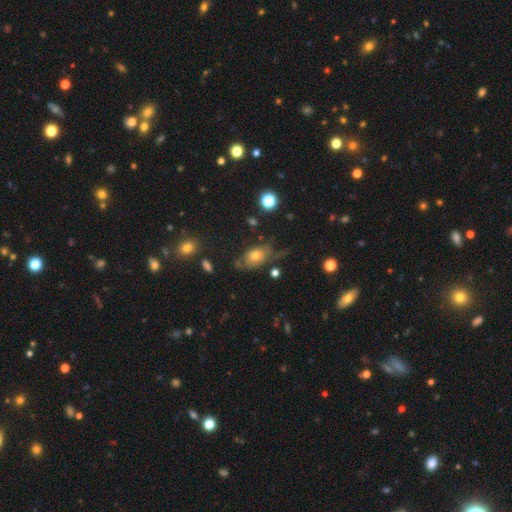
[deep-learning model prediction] This is possibly a smooth galaxy (52%). How rounded: clearly in between (84%). Merging: possibly none (46%).